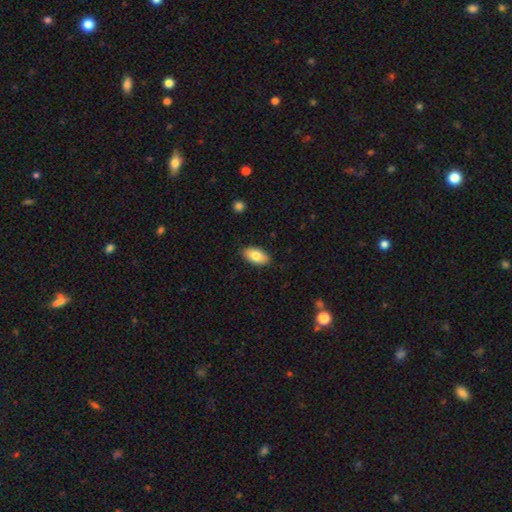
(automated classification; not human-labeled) Q: Smooth or featured?
A: smooth (80%); runner-up: featured or disk (14%)
Q: How rounded?
A: in between (93%); runner-up: cigar-shaped (4%)
Q: Merging?
A: none (88%); runner-up: minor disturbance (9%)